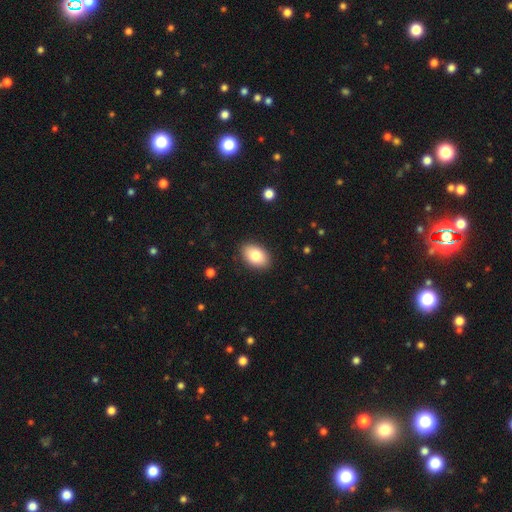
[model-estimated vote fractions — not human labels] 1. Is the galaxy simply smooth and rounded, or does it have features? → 82% smooth, 11% featured or disk, 7% star or artifact.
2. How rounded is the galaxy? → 88% in between, 11% round, 1% cigar-shaped.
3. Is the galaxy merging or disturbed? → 89% none, 8% minor disturbance, 2% major disturbance, 1% merger.